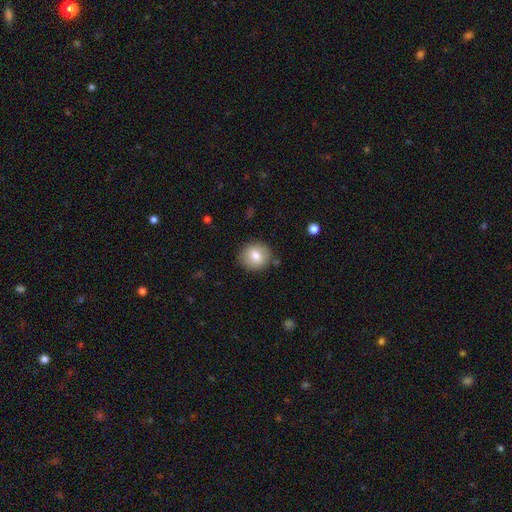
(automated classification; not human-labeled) Smooth or featured: smooth — 79% (featured or disk — 13%)
How rounded: round — 87% (in between — 12%)
Merging: none — 86% (minor disturbance — 9%)